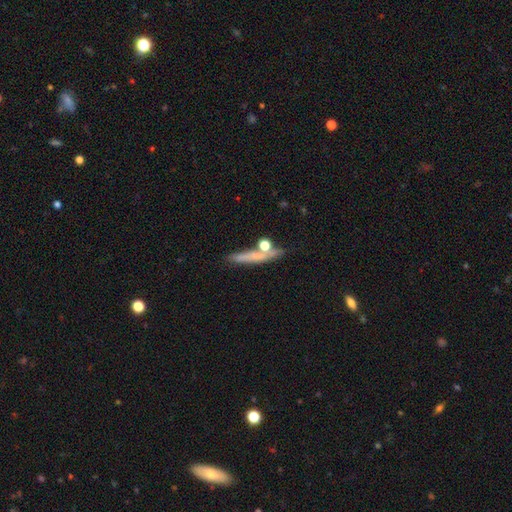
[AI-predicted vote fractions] smooth_or_featured: smooth (p=0.56) [alt: featured or disk p=0.34]
how_rounded: cigar-shaped (p=0.81) [alt: in between p=0.10]
merging: none (p=0.69) [alt: minor disturbance p=0.14]